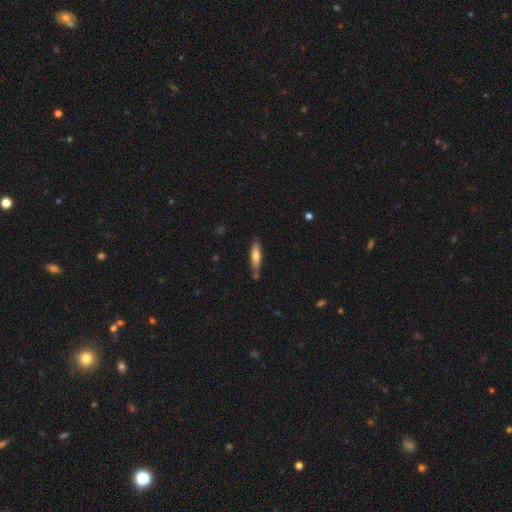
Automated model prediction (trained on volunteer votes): Smooth or featured: smooth — 62% (featured or disk — 32%)
How rounded: cigar-shaped — 70% (in between — 28%)
Merging: none — 74% (minor disturbance — 17%)